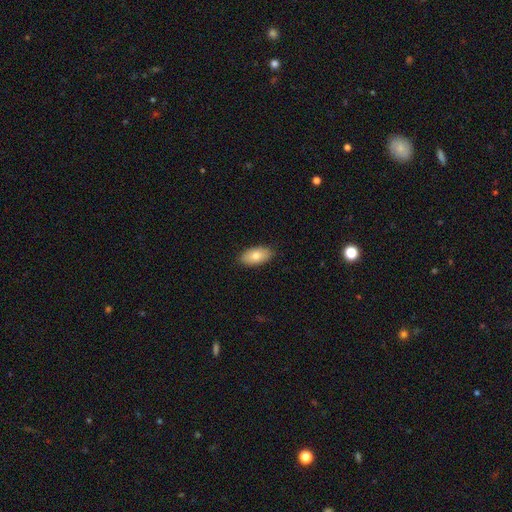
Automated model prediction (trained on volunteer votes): Morphology: type=smooth (80%); roundness=in between (94%); merging=none (88%).